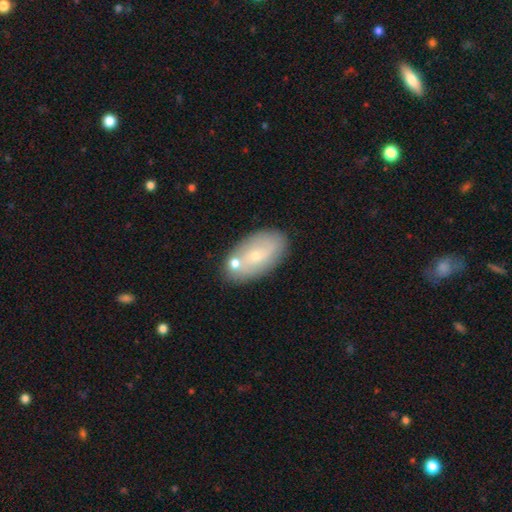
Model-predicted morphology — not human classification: A smooth galaxy with no disk features (47%).

Vote fractions:
- Smooth or featured? smooth: 47% / featured or disk: 45% / star or artifact: 8%
- Merging? none: 70% / minor disturbance: 14% / merger: 12% / major disturbance: 4%